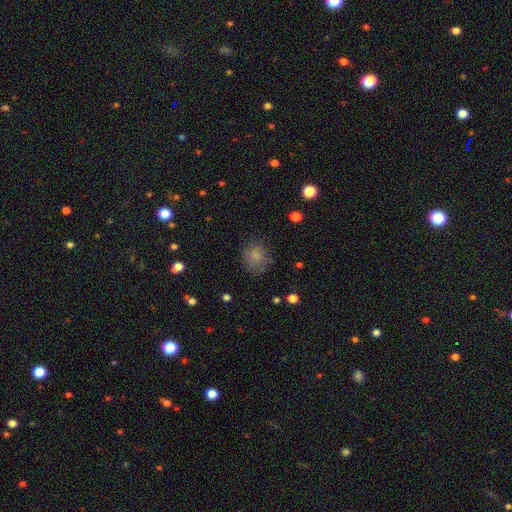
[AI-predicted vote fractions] Smooth or featured: smooth — 78% (featured or disk — 11%)
How rounded: round — 64% (in between — 35%)
Merging: none — 73% (minor disturbance — 18%)